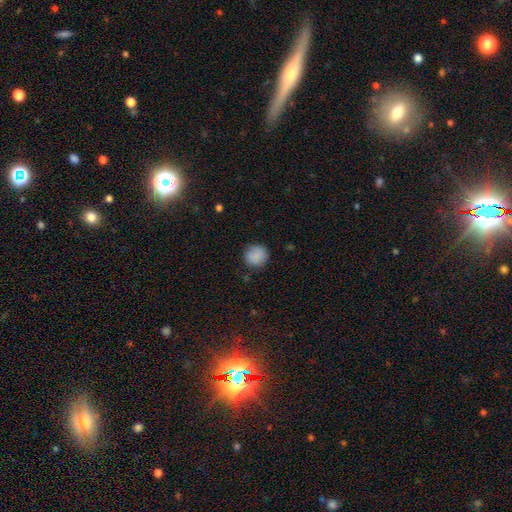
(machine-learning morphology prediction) Smooth or featured?
  - smooth: 87% *
  - star or artifact: 8%
  - featured or disk: 4%
How rounded?
  - round: 88% *
  - in between: 11%
  - cigar-shaped: 1%
Merging?
  - none: 84% *
  - minor disturbance: 11%
  - major disturbance: 3%
  - merger: 1%